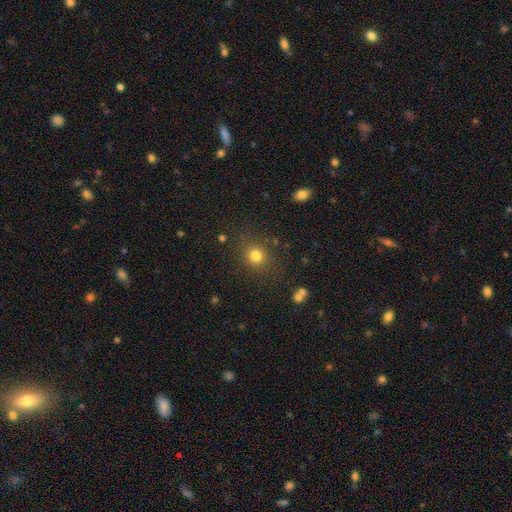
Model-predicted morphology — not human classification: smooth_or_featured: smooth (p=0.80) [alt: star or artifact p=0.14]
how_rounded: round (p=0.85) [alt: in between p=0.14]
merging: none (p=0.84) [alt: minor disturbance p=0.09]